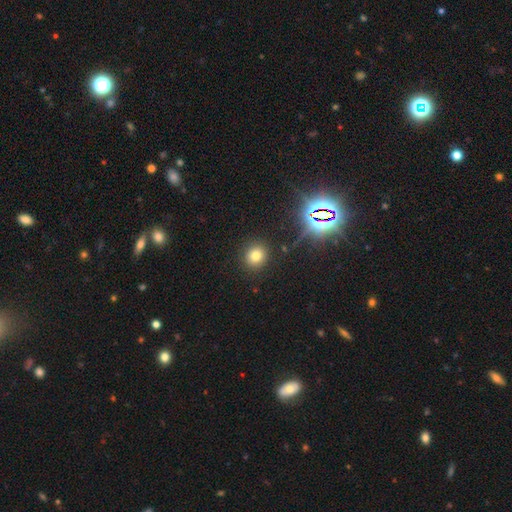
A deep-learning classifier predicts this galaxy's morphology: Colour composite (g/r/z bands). It shows a smooth galaxy with no disk features (74%) that is round (83%). Merging: none (89%).